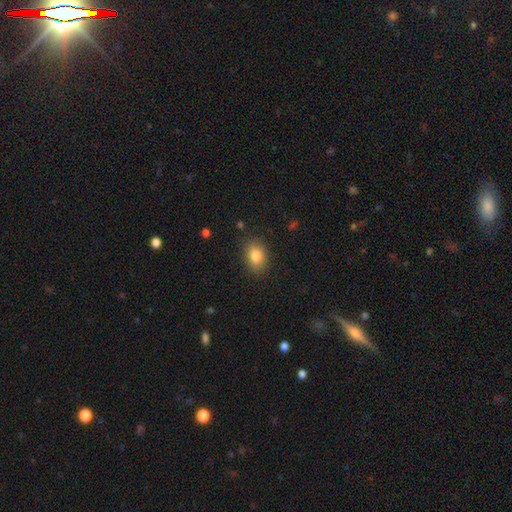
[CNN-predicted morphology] smooth-or-featured: smooth: 83% | star or artifact: 9% | featured or disk: 8%
  how-rounded: in between: 78% | round: 20% | cigar-shaped: 1%
  merging: none: 85% | minor disturbance: 11% | major disturbance: 3% | merger: 1%